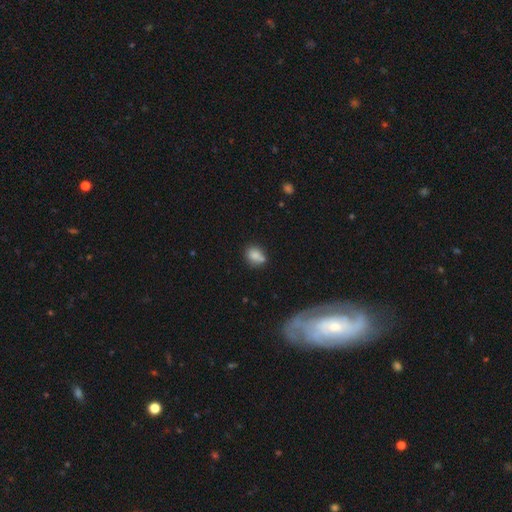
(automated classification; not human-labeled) Smooth or featured? smooth (79%)
How rounded? in between (51%)
Merging? none (54%)